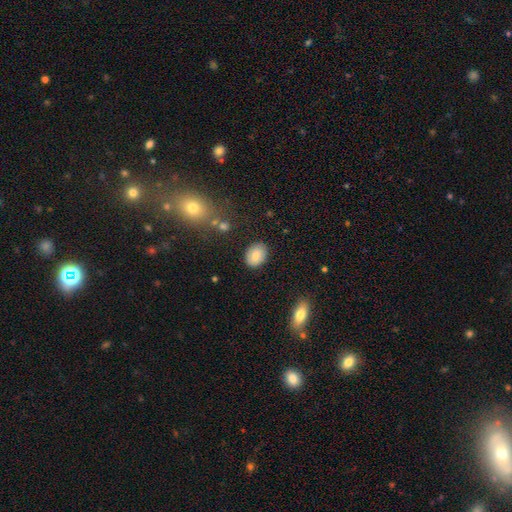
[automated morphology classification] Overall: smooth (82%). How rounded: in between (65%; round 34%). Merging: none (86%).